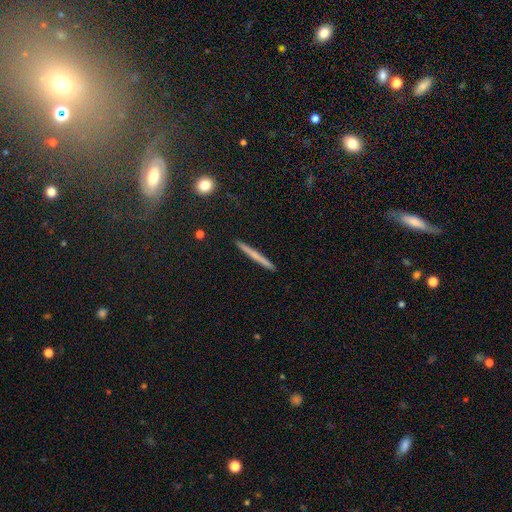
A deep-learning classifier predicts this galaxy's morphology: Smooth or featured: smooth — 52% (featured or disk — 40%)
How rounded: cigar-shaped — 96% (in between — 2%)
Merging: none — 92% (minor disturbance — 6%)